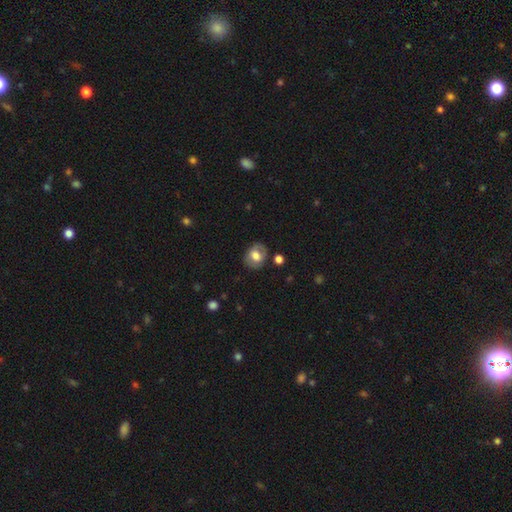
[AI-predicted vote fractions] Smooth or featured: smooth — 61% (featured or disk — 31%)
How rounded: round — 52% (in between — 47%)
Merging: none — 77% (minor disturbance — 15%)